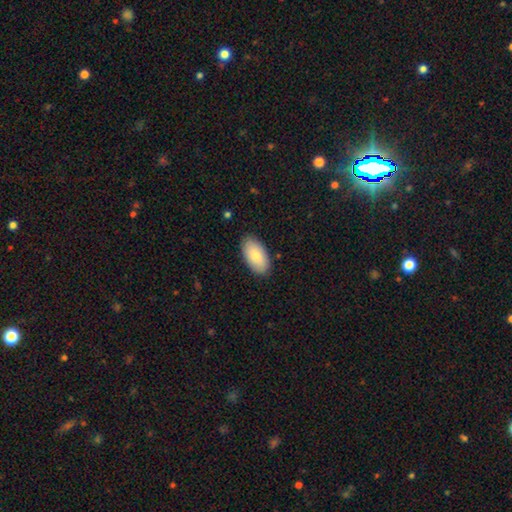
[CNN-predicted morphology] smooth 80%, featured or disk 14%, star or artifact 6%. Down the decision tree: how rounded — in between (95%); merging — none (86%).